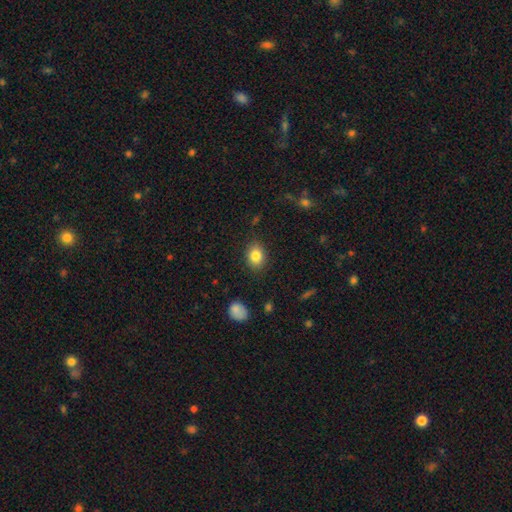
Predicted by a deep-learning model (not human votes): Smooth or featured: smooth — 84% (star or artifact — 9%)
How rounded: in between — 64% (round — 35%)
Merging: none — 85% (minor disturbance — 11%)